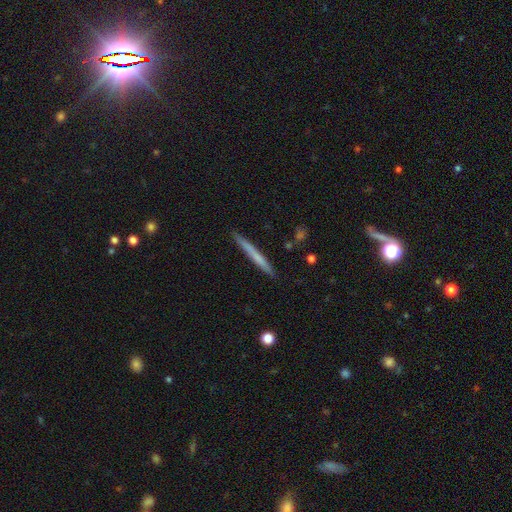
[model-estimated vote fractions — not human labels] smooth-or-featured: smooth: 55% | featured or disk: 40% | star or artifact: 6%
  how-rounded: cigar-shaped: 97% | in between: 2% | round: 1%
  merging: none: 89% | minor disturbance: 8% | merger: 2% | major disturbance: 1%